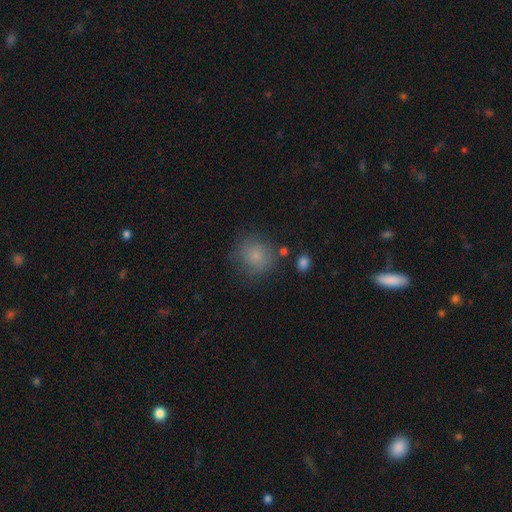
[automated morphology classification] smooth_or_featured: smooth (p=0.78) [alt: featured or disk p=0.11]
how_rounded: round (p=0.87) [alt: in between p=0.12]
merging: none (p=0.71) [alt: minor disturbance p=0.17]